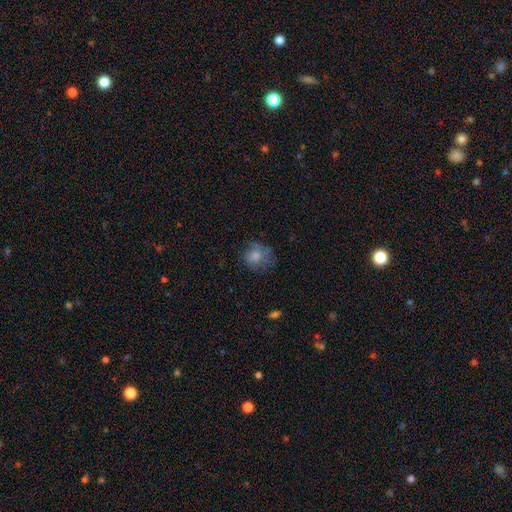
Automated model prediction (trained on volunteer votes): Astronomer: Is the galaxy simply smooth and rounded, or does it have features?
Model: smooth — 71%.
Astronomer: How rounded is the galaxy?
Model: round — 75%.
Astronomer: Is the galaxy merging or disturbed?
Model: none — 60%.